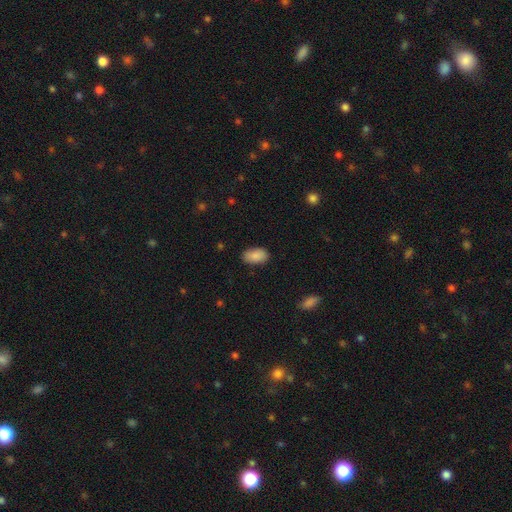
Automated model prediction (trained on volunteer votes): Overall: smooth (88%). How rounded: in between (94%). Merging: none (86%).